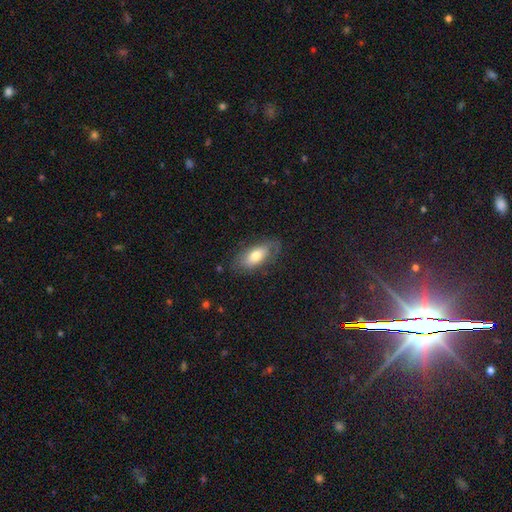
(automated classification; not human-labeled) Smooth or featured? smooth (64%)
How rounded? in between (86%)
Merging? none (70%)